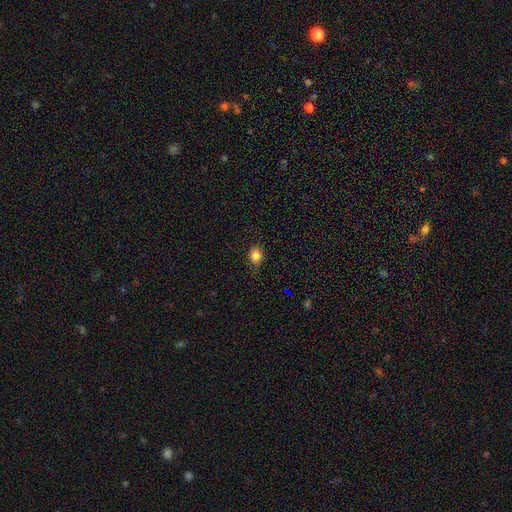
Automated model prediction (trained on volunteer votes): The model was most divided on "how rounded": round: 53%, in between: 45%, cigar-shaped: 1%. More confident: smooth or featured — smooth (82%); merging — none (77%).